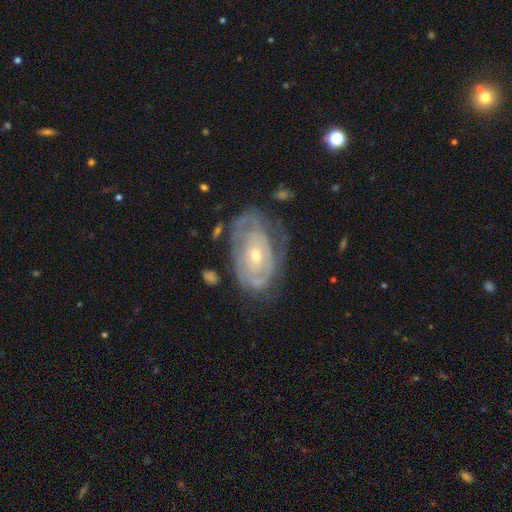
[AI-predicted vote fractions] Smooth or featured? featured or disk (78%)
Edge-on disk? no (95%)
Bar? no (76%)
Spiral arms? yes (78%)
Spiral winding? tight (72%)
Spiral arm count? can't tell (54%)
Bulge size? small (59%)
Merging? none (59%)